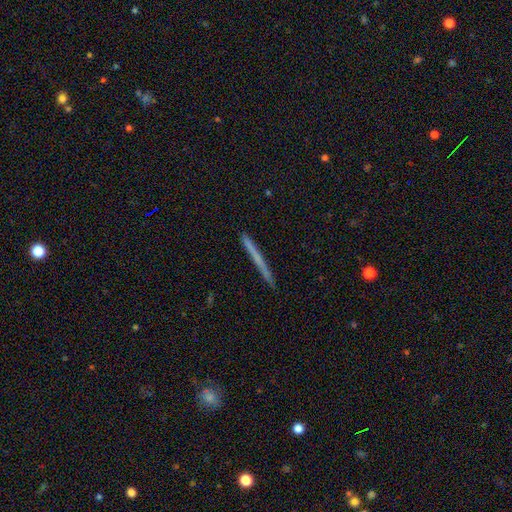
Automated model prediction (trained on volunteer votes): smooth-or-featured: smooth: 49% | featured or disk: 43% | star or artifact: 7%
  merging: none: 91% | minor disturbance: 7% | major disturbance: 1% | merger: 1%